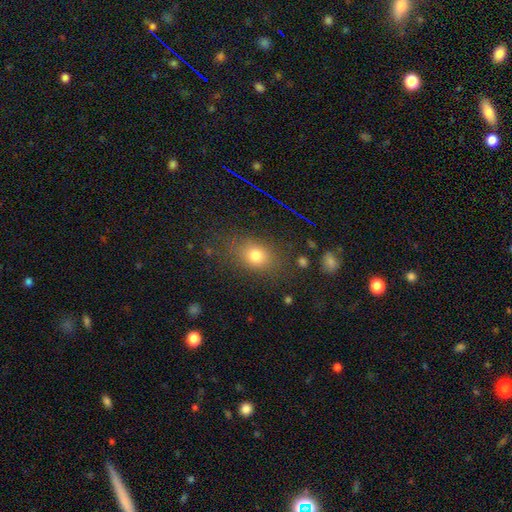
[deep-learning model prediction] smooth_or_featured: smooth (p=0.74) [alt: star or artifact p=0.16]
how_rounded: in between (p=0.56) [alt: round p=0.41]
merging: none (p=0.76) [alt: minor disturbance p=0.15]